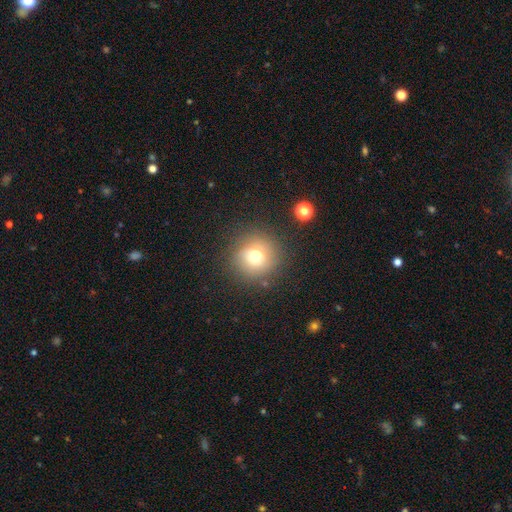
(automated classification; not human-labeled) Morphology: type=smooth (73%); roundness=round (92%); merging=none (84%).